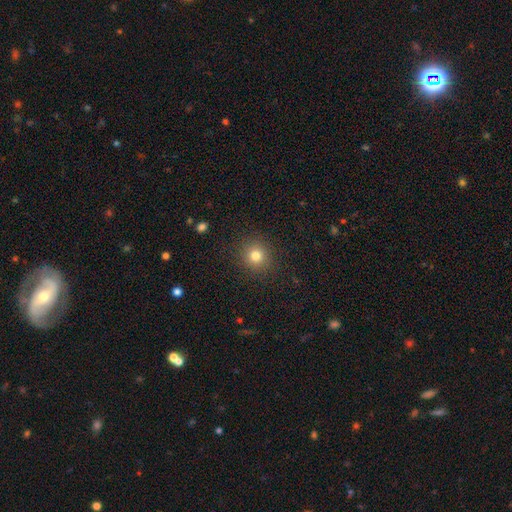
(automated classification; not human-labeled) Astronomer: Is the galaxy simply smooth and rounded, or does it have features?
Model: smooth — 80%.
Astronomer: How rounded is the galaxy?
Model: round — 92%.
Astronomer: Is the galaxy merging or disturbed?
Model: none — 90%.